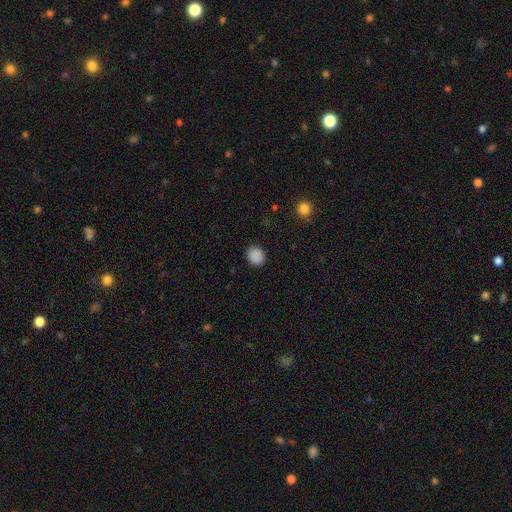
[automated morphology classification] Overall: smooth (88%). How rounded: round (67%; in between 32%). Merging: none (89%).